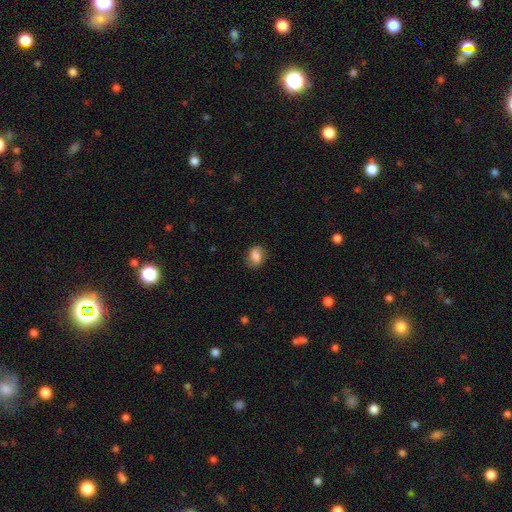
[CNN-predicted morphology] This is likely a smooth galaxy (73%). How rounded: possibly in between (59%). Merging: likely none (77%).